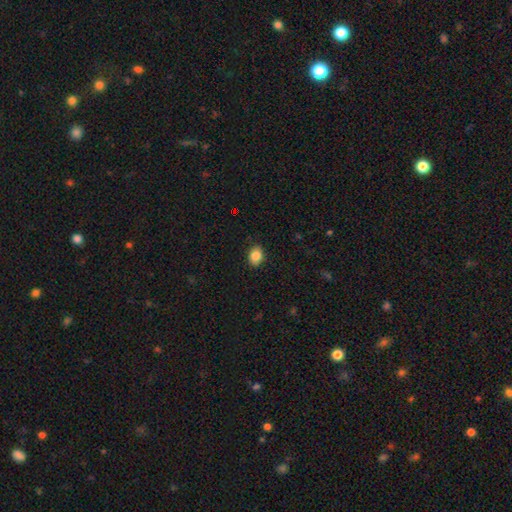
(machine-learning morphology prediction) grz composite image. It shows a smooth galaxy with no disk features (87%) that is in between round and cigar-shaped (66%). Merging: none (87%).